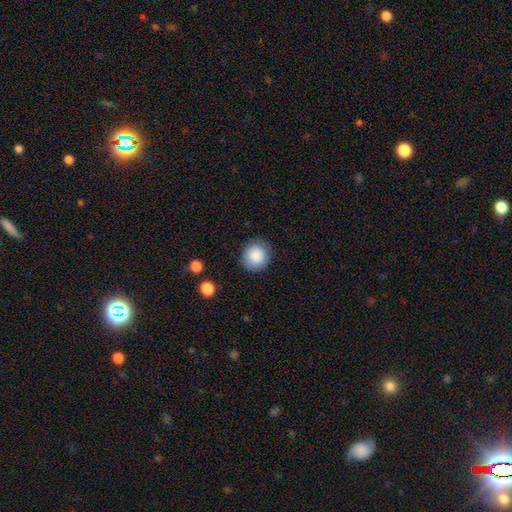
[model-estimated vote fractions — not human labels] This is clearly a smooth galaxy (87%). How rounded: clearly round (88%). Merging: clearly none (87%).